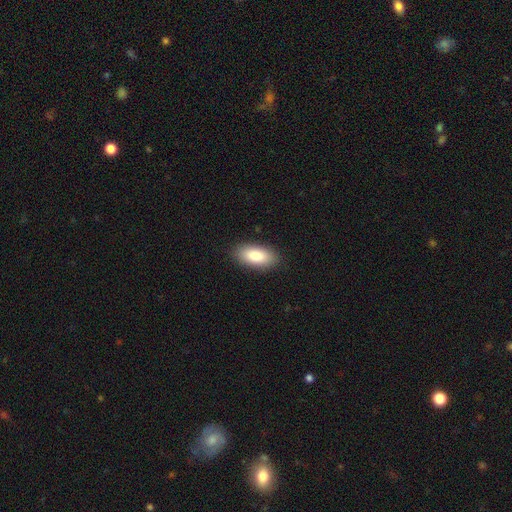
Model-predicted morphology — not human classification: Q: Smooth or featured?
A: smooth (85%); runner-up: featured or disk (8%)
Q: How rounded?
A: in between (90%); runner-up: cigar-shaped (7%)
Q: Merging?
A: none (89%); runner-up: minor disturbance (8%)